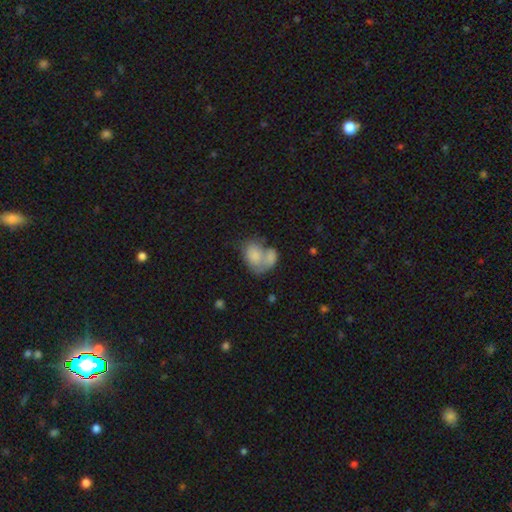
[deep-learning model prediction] Smooth or featured?
  - smooth: 76% *
  - featured or disk: 17%
  - star or artifact: 7%
How rounded?
  - in between: 71% *
  - round: 28%
  - cigar-shaped: 1%
Merging?
  - merger: 61% *
  - none: 20%
  - minor disturbance: 11%
  - major disturbance: 9%